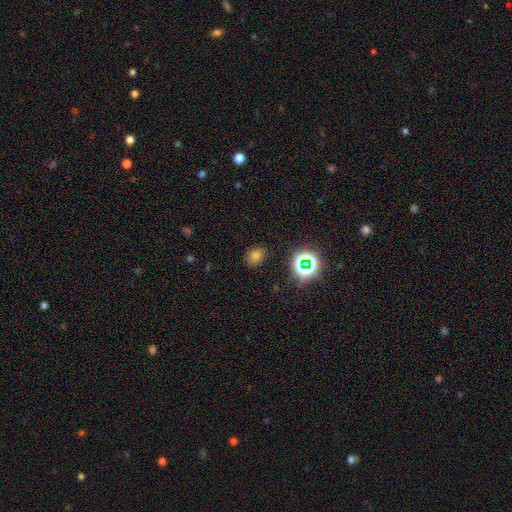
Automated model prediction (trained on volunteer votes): A smooth galaxy with no disk features (64%) that is in between round and cigar-shaped (54%).

Vote fractions:
- Smooth or featured? smooth: 64% / star or artifact: 28% / featured or disk: 8%
- How rounded? in between: 54% / round: 44% / cigar-shaped: 1%
- Merging? none: 84% / minor disturbance: 11% / major disturbance: 3% / merger: 2%